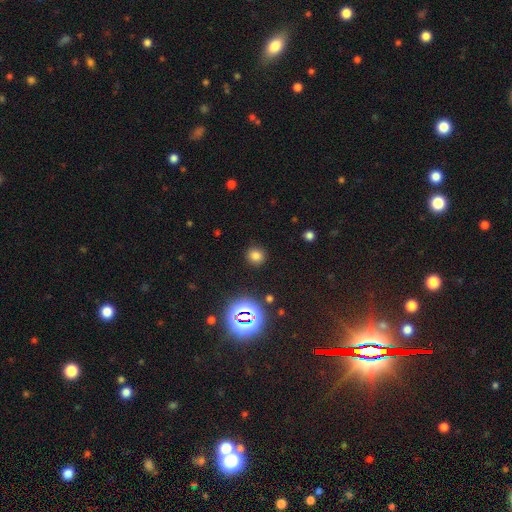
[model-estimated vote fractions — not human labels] smooth 73%, star or artifact 21%, featured or disk 6%. Down the decision tree: how rounded — round (88%); merging — none (90%).